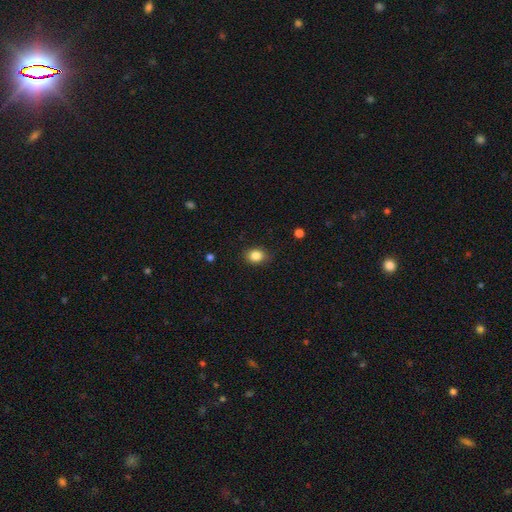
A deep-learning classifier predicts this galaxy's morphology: This is clearly a smooth galaxy (85%). How rounded: possibly round (56%). Merging: clearly none (83%).